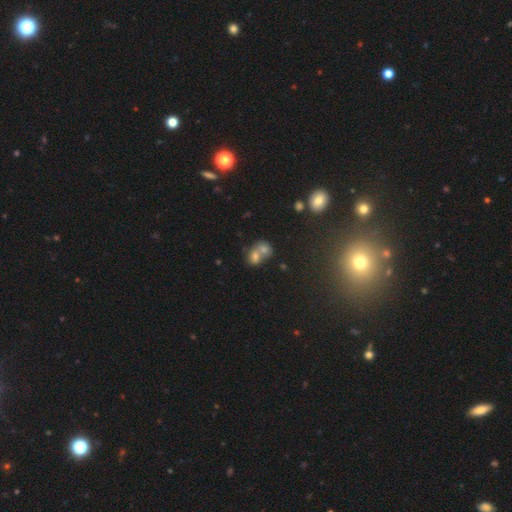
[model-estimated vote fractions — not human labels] Overall: smooth (67%). How rounded: in between (53%; round 46%). Merging: merger (72%).